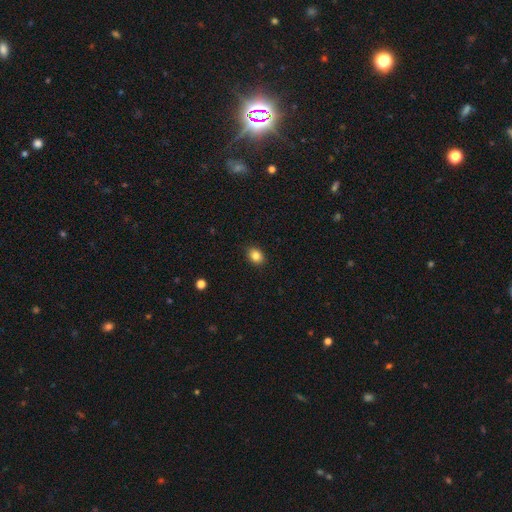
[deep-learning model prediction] smooth 85%, star or artifact 10%, featured or disk 5%. Down the decision tree: how rounded — in between (57%); merging — none (89%).